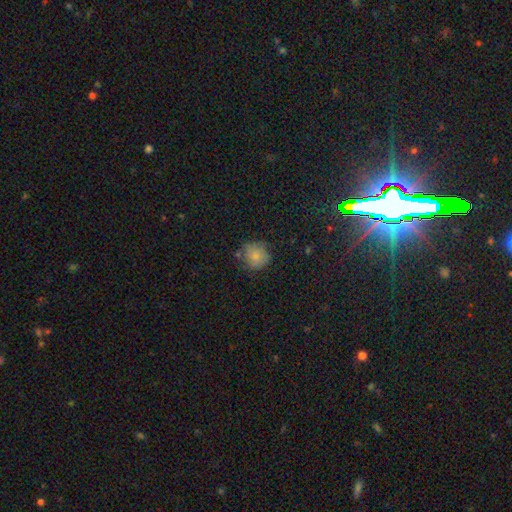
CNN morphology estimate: smooth_or_featured: smooth (p=0.78) [alt: featured or disk p=0.12]
how_rounded: round (p=0.87) [alt: in between p=0.12]
merging: none (p=0.67) [alt: minor disturbance p=0.22]